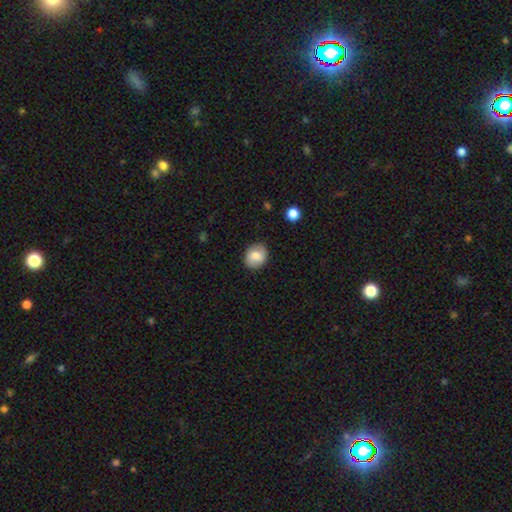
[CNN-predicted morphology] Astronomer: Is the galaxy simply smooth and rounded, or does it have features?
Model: smooth — 75%.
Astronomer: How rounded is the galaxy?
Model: round — 58% (runner-up: in between, 41%).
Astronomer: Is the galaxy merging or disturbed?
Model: none — 85%.